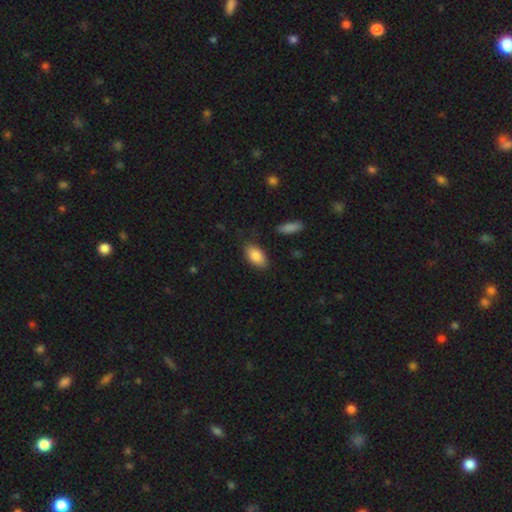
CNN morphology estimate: The model was most divided on "merging": none: 82%, minor disturbance: 13%, major disturbance: 3%, merger: 2%. More confident: how rounded — in between (93%); smooth or featured — smooth (86%).